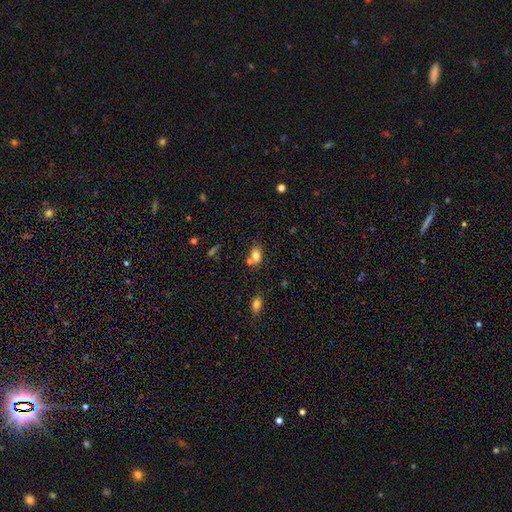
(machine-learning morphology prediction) Q: Smooth or featured?
A: smooth (77%); runner-up: star or artifact (11%)
Q: How rounded?
A: in between (76%); runner-up: round (23%)
Q: Merging?
A: none (54%); runner-up: merger (28%)